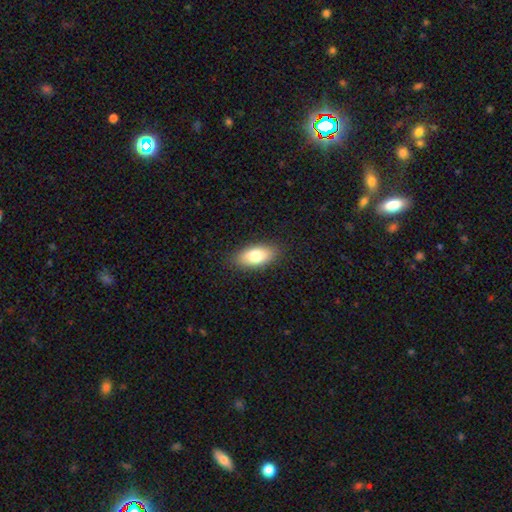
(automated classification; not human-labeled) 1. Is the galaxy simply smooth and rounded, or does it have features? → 77% smooth, 16% featured or disk, 7% star or artifact.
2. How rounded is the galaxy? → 88% in between, 8% cigar-shaped, 4% round.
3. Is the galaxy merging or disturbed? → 88% none, 9% minor disturbance, 2% major disturbance, 1% merger.